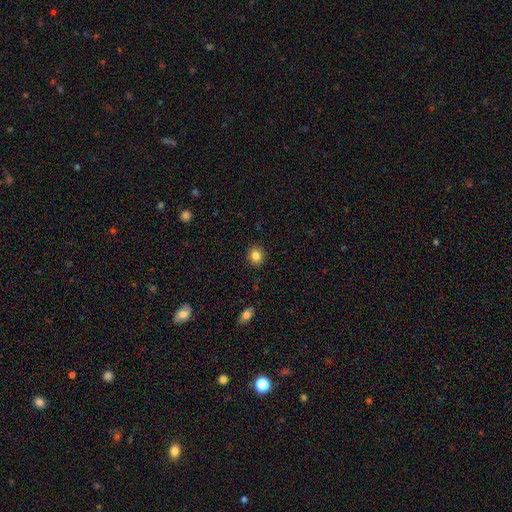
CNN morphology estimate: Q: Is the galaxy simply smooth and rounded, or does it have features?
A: smooth — 84%.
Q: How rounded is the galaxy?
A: round — 78%.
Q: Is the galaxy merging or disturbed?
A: none — 90%.